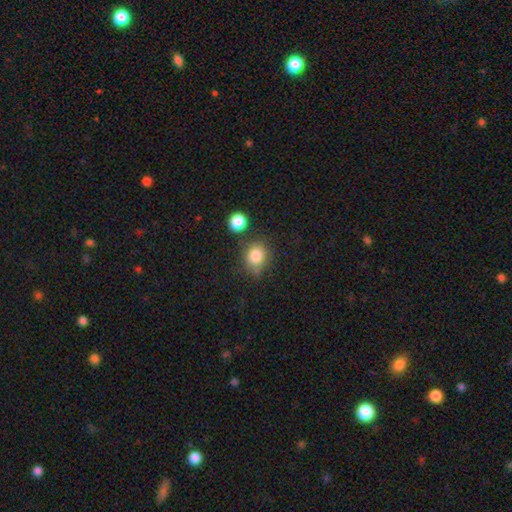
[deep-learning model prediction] A smooth galaxy with no disk features (82%) that is round (72%).

Vote fractions:
- Smooth or featured? smooth: 82% / star or artifact: 11% / featured or disk: 7%
- How rounded? round: 72% / in between: 27% / cigar-shaped: 1%
- Merging? none: 66% / minor disturbance: 19% / merger: 10% / major disturbance: 6%